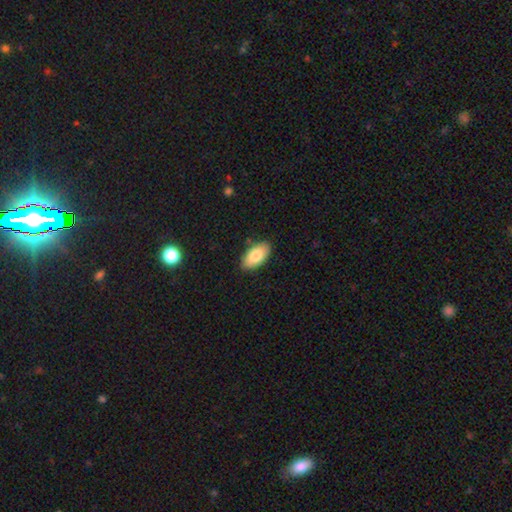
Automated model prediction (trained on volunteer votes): Smooth or featured? smooth (82%)
How rounded? in between (95%)
Merging? none (87%)